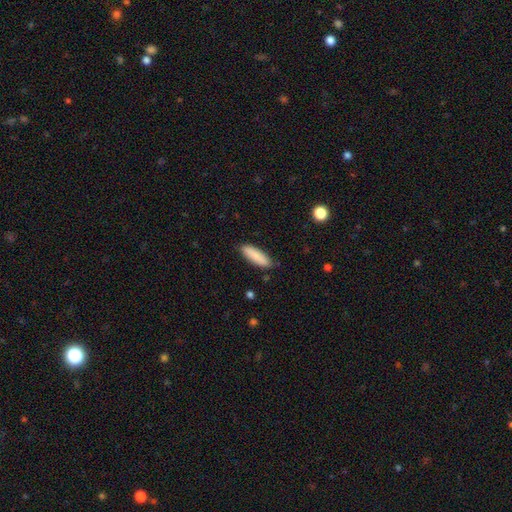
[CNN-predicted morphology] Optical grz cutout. It shows a smooth galaxy with no disk features (87%) that is cigar-shaped (50%). Merging: none (85%).